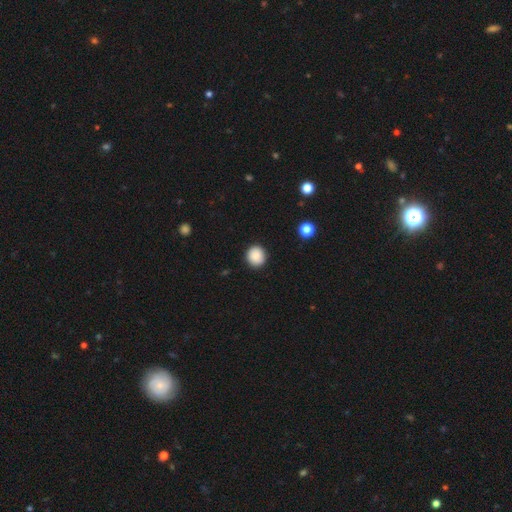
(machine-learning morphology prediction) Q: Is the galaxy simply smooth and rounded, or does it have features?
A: smooth — 88%.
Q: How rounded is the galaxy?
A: round — 89%.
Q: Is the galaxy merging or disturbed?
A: none — 91%.